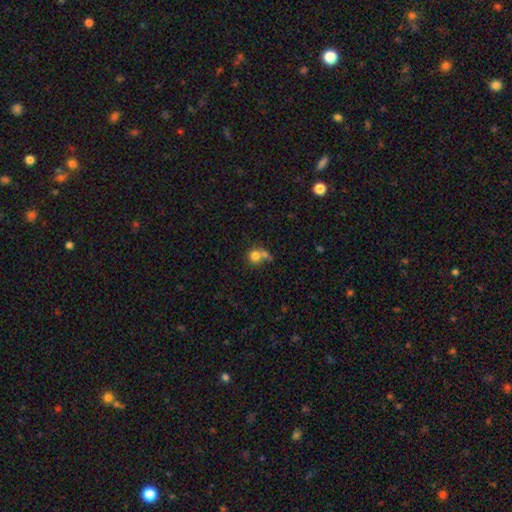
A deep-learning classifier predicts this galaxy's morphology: This is likely a smooth galaxy (77%). How rounded: clearly round (85%). Merging: marginally none (43%).